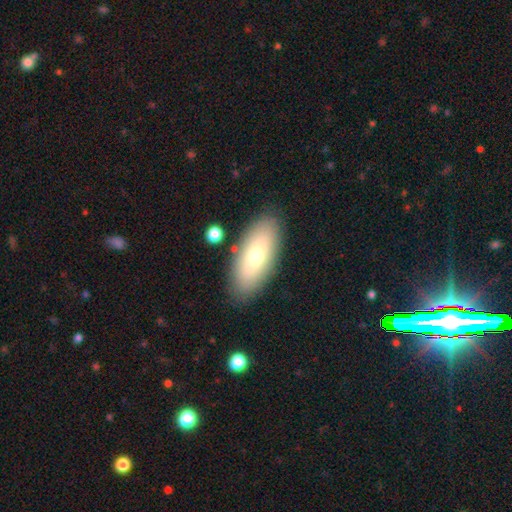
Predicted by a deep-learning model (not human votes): A smooth galaxy with no disk features (68%) that is in between round and cigar-shaped (84%). Merging: none (85%).